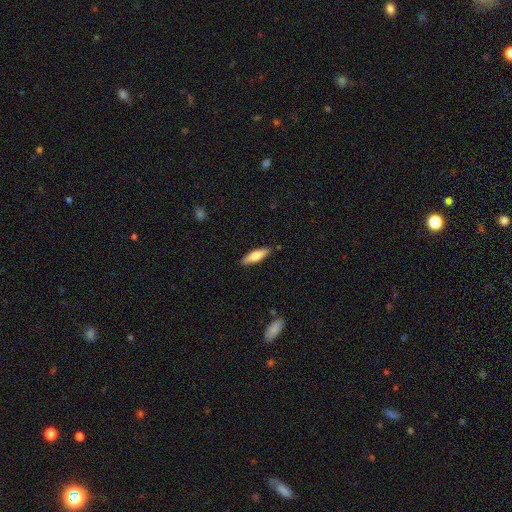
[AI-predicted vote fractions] This is likely a smooth galaxy (61%). How rounded: possibly cigar-shaped (59%). Merging: clearly none (87%).